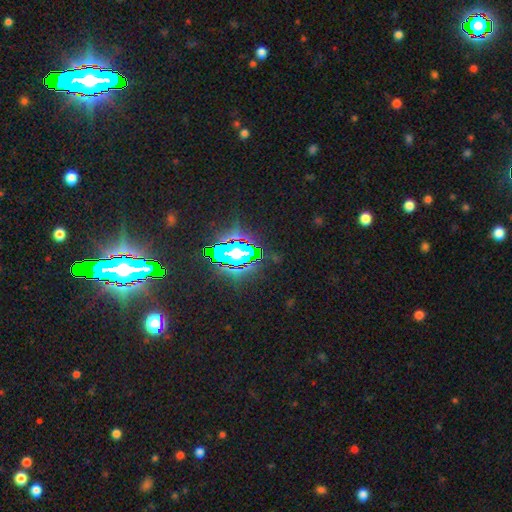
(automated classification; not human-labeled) A star or artifact, not a galaxy (76%).

Vote fractions:
- Smooth or featured? star or artifact: 76% / smooth: 13% / featured or disk: 11%